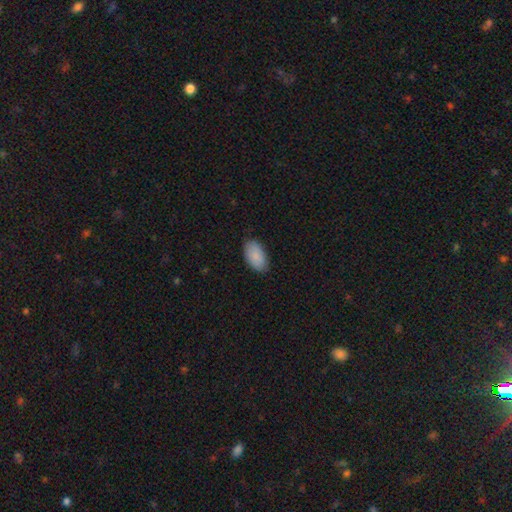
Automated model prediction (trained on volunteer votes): Q: Smooth or featured?
A: smooth (88%); runner-up: star or artifact (6%)
Q: How rounded?
A: in between (95%); runner-up: round (3%)
Q: Merging?
A: none (84%); runner-up: minor disturbance (13%)